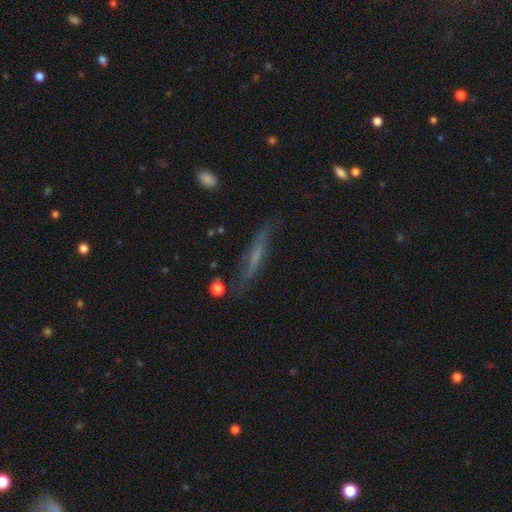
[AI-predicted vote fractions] smooth_or_featured: featured or disk (p=0.52) [alt: smooth p=0.37]
disk_edge_on: yes (p=0.68) [alt: no p=0.32]
merging: none (p=0.71) [alt: minor disturbance p=0.20]